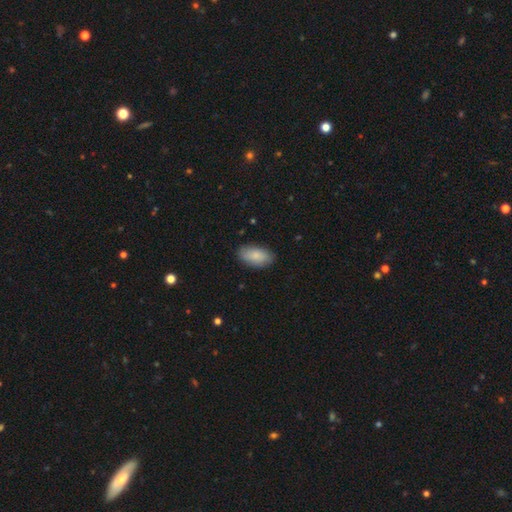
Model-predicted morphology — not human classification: A smooth galaxy with no disk features (85%) that is in between round and cigar-shaped (93%).

Vote fractions:
- Smooth or featured? smooth: 85% / featured or disk: 9% / star or artifact: 6%
- How rounded? in between: 93% / cigar-shaped: 3% / round: 3%
- Merging? none: 85% / minor disturbance: 12% / major disturbance: 2% / merger: 1%